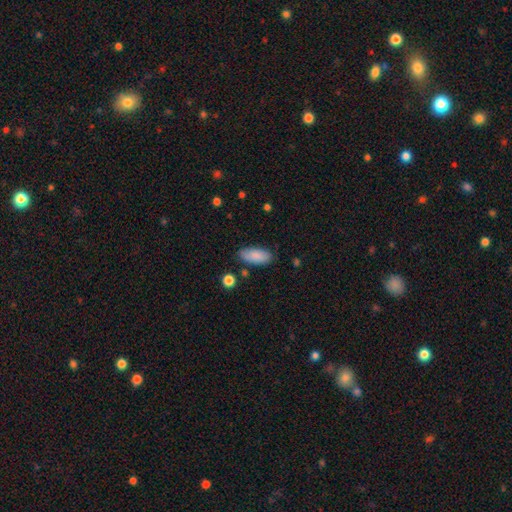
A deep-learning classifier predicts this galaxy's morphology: smooth-or-featured: smooth: 87% | featured or disk: 6% | star or artifact: 6%
  how-rounded: in between: 88% | cigar-shaped: 10% | round: 2%
  merging: none: 82% | minor disturbance: 13% | major disturbance: 3% | merger: 2%